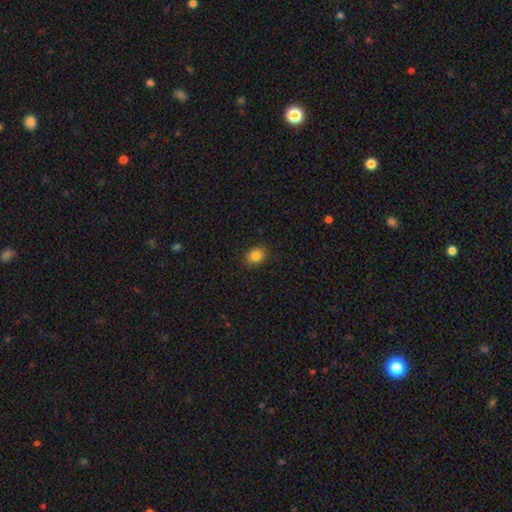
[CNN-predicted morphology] smooth_or_featured: smooth (p=0.84) [alt: star or artifact p=0.11]
how_rounded: in between (p=0.57) [alt: round p=0.42]
merging: none (p=0.89) [alt: minor disturbance p=0.08]